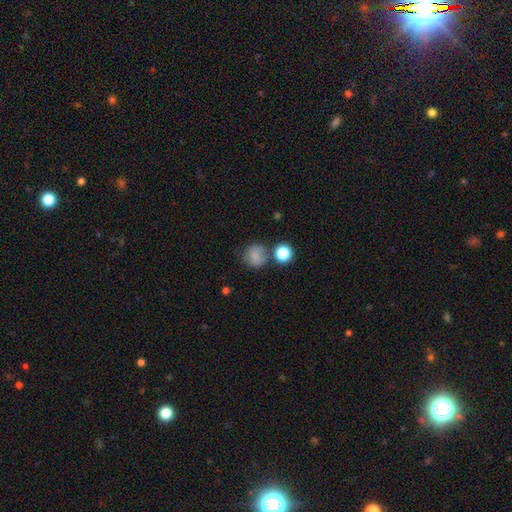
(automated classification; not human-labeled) Smooth or featured? Predicted: smooth (p=0.77). How rounded? Predicted: round (p=0.83). Merging? Predicted: none (p=0.64).